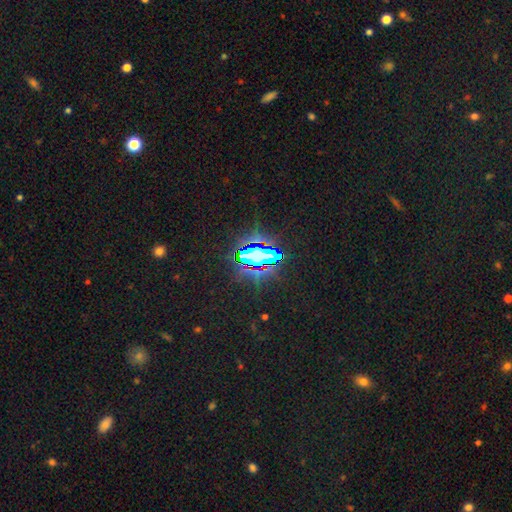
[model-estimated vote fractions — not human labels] A star or artifact, not a galaxy (69%).

Vote fractions:
- Smooth or featured? star or artifact: 69% / smooth: 19% / featured or disk: 12%